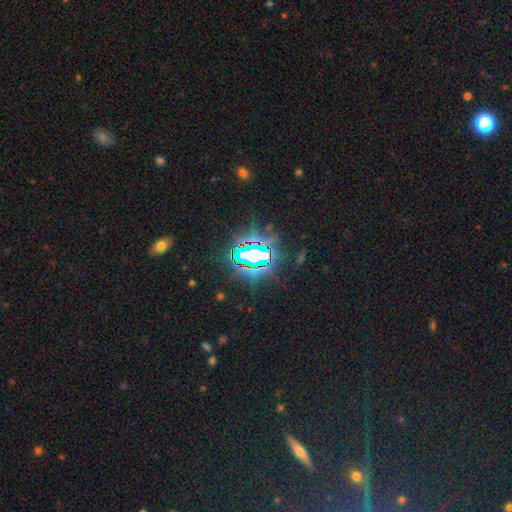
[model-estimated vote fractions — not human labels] Smooth or featured: star or artifact — 77% (featured or disk — 12%)